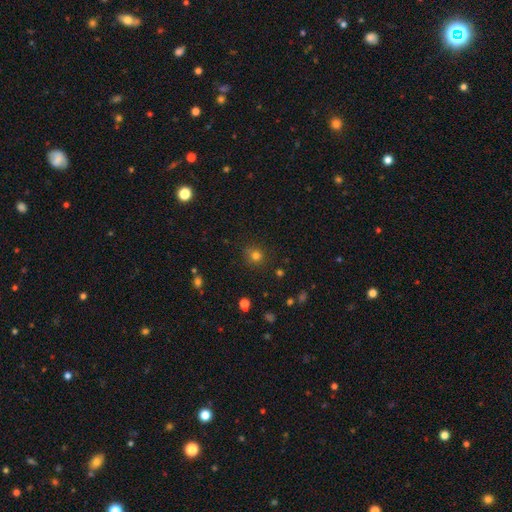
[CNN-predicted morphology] A smooth galaxy with no disk features (77%) that is round (91%). Merging: none (86%).